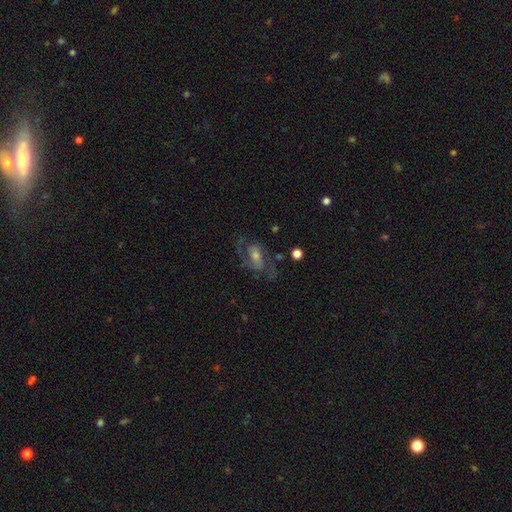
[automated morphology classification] type=featured or disk (79%); edge-on=no (96%); bar=no (43%); spiral arms=yes (93%); winding=medium (55%); arm count=2 (81%); bulge=moderate (45%); merging=none (69%).